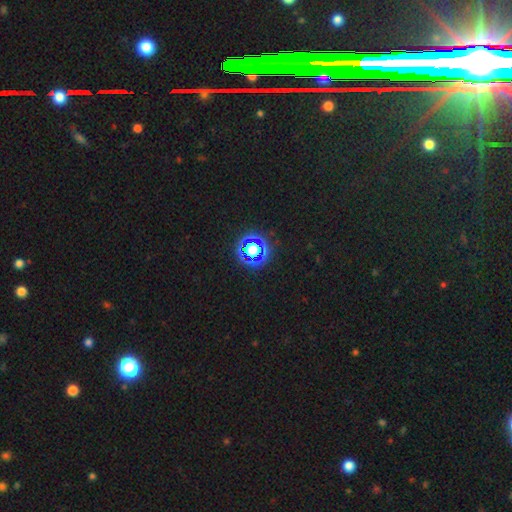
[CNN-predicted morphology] Overall: star or artifact (63%; smooth 26%).